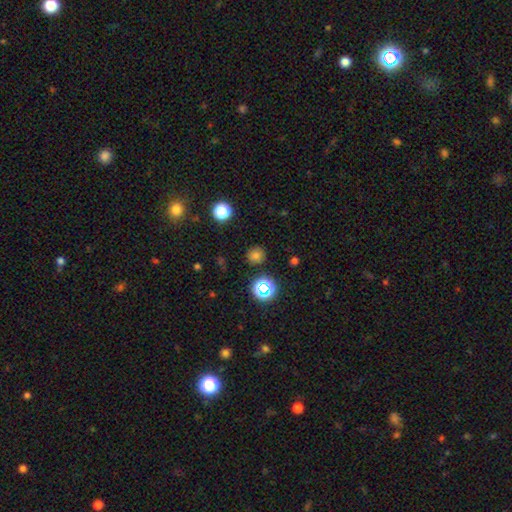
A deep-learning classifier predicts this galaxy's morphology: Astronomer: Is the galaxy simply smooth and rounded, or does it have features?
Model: smooth — 72%.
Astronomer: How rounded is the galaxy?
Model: round — 91%.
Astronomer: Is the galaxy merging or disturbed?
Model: none — 88%.